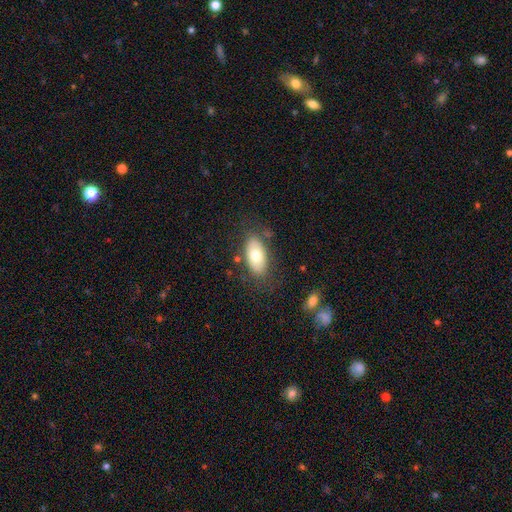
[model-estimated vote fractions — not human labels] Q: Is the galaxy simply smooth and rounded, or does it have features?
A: smooth — 70%.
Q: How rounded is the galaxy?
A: in between — 93%.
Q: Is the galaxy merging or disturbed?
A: none — 78%.